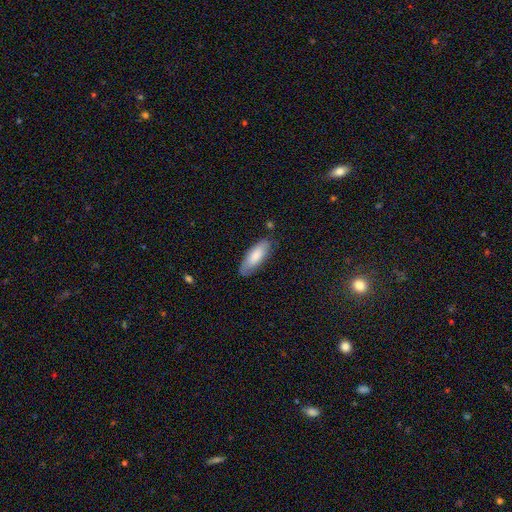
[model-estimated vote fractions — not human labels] The model was most divided on "how rounded": in between: 64%, cigar-shaped: 35%, round: 1%. More confident: smooth or featured — smooth (81%); merging — none (80%).